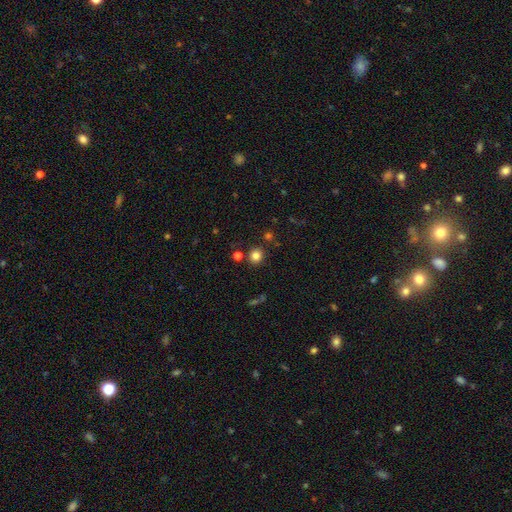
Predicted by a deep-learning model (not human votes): Q: Smooth or featured?
A: smooth (81%); runner-up: star or artifact (14%)
Q: How rounded?
A: round (87%); runner-up: in between (12%)
Q: Merging?
A: none (85%); runner-up: minor disturbance (7%)